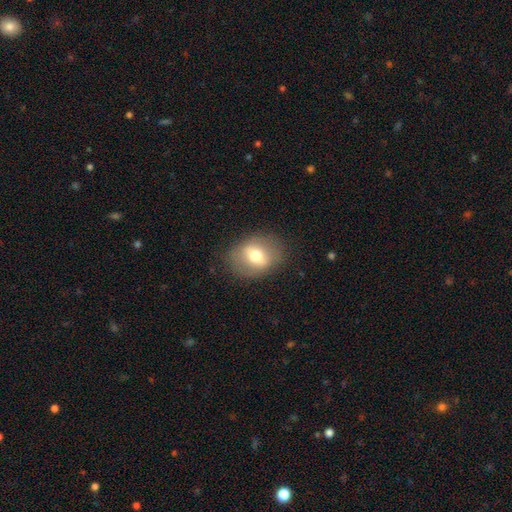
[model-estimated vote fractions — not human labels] The model was most divided on "how rounded": in between: 57%, round: 42%, cigar-shaped: 1%. More confident: merging — none (81%); smooth or featured — smooth (59%).